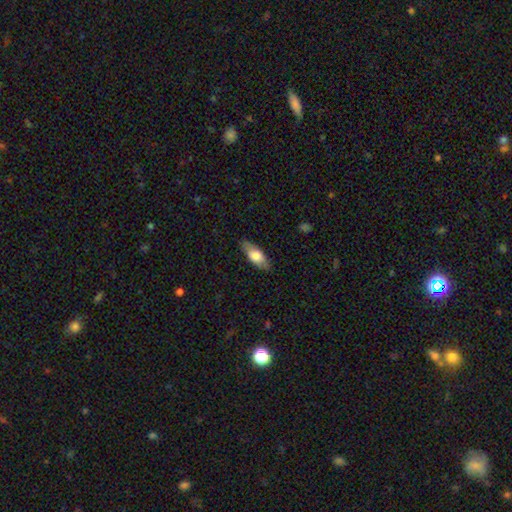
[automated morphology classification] This appears to be a smooth galaxy with no disk features (67%) that is in between round and cigar-shaped (80%). Merging: none (84%).